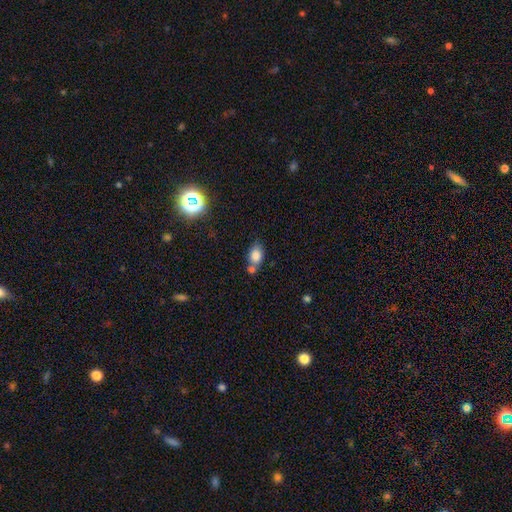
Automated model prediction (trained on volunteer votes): Overall: smooth (81%). How rounded: in between (80%). Merging: none (47%; merger 34%).